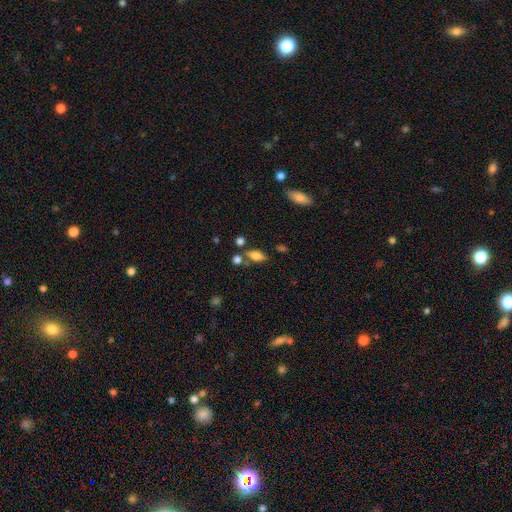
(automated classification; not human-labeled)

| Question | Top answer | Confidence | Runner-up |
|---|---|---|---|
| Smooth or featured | smooth | 74% | featured or disk (15%) |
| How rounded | in between | 83% | cigar-shaped (10%) |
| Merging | none | 66% | minor disturbance (15%) |